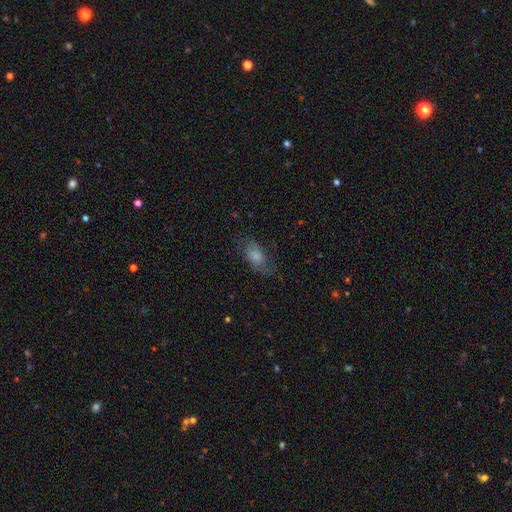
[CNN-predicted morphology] The model was most divided on "merging": none: 57%, minor disturbance: 25%, major disturbance: 17%, merger: 2%. More confident: how rounded — in between (88%); smooth or featured — smooth (64%).